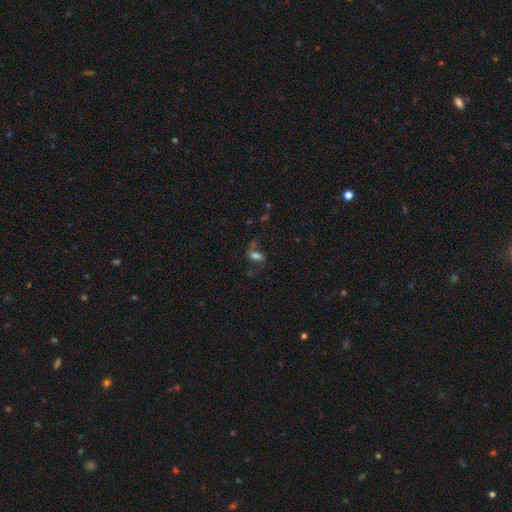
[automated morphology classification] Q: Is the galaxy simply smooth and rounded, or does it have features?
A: smooth — 58%.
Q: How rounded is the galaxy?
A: in between — 83%.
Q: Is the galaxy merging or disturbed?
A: none — 47%.